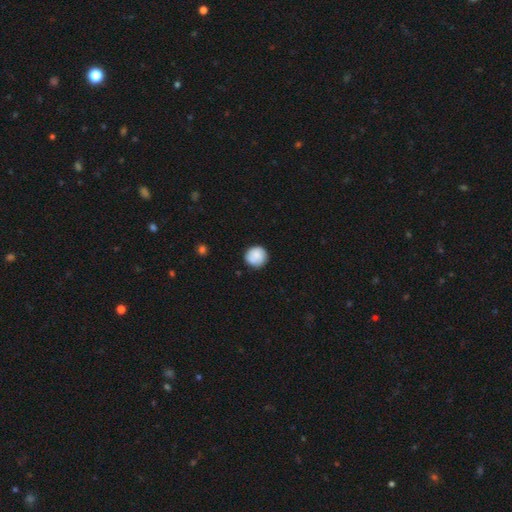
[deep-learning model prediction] A smooth galaxy with no disk features (83%) that is round (93%).

Vote fractions:
- Smooth or featured? smooth: 83% / featured or disk: 10% / star or artifact: 7%
- How rounded? round: 93% / in between: 6% / cigar-shaped: 1%
- Merging? none: 85% / minor disturbance: 12% / major disturbance: 2% / merger: 1%